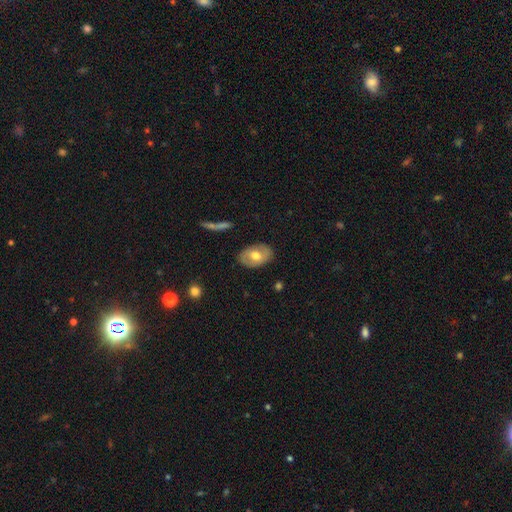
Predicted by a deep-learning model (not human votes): Overall: smooth (56%; featured or disk 38%). How rounded: in between (86%). Merging: none (85%).